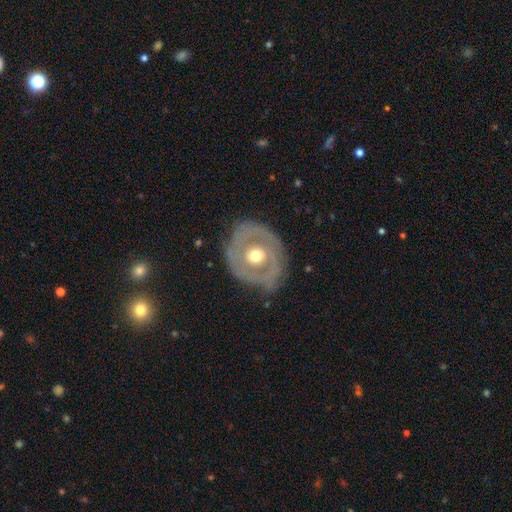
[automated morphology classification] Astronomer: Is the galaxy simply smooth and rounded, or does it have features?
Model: featured or disk — 66%.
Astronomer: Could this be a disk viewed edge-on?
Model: no — 95%.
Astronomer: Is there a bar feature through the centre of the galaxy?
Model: no — 81%.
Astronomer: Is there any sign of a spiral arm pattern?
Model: no — 67%.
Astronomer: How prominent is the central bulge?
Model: moderate — 77%.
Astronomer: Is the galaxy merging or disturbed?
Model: none — 72%.